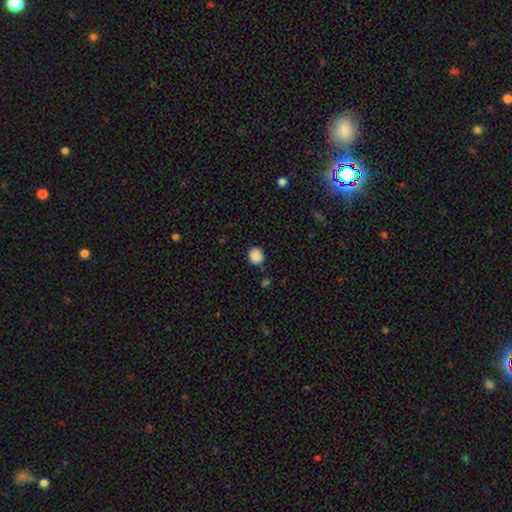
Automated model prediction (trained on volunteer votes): Smooth or featured? smooth (87%)
How rounded? round (80%)
Merging? none (76%)